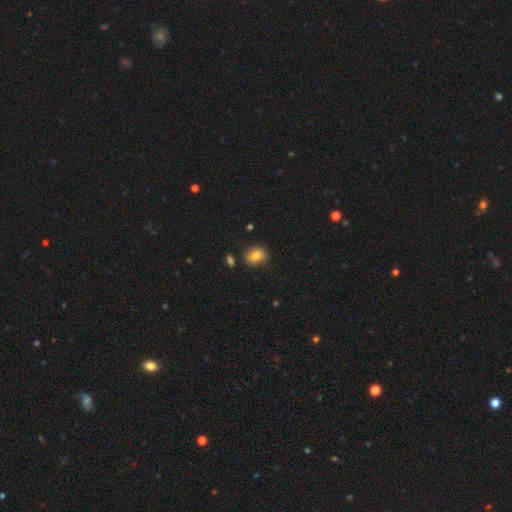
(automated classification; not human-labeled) This appears to be a smooth galaxy with no disk features (82%) that is in between round and cigar-shaped (64%). Merging: none (81%).